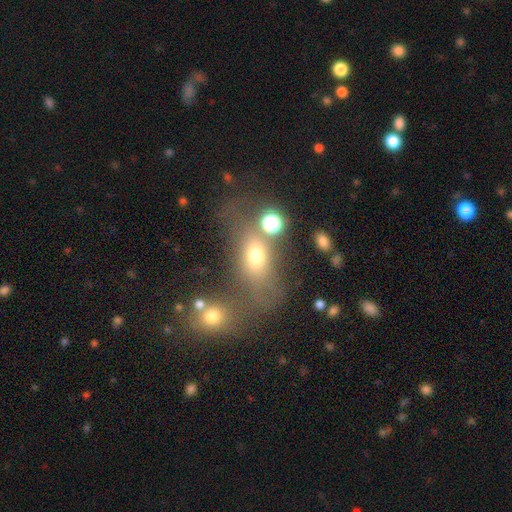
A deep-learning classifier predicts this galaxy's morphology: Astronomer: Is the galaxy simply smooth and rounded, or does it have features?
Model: smooth — 65%.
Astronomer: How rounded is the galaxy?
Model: in between — 66%.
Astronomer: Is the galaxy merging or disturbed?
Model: none — 39% (runner-up: merger, 32%).